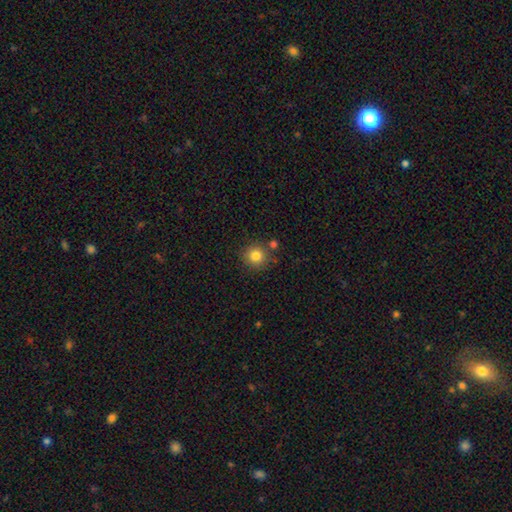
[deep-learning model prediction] Smooth or featured? smooth (82%)
How rounded? round (94%)
Merging? none (80%)